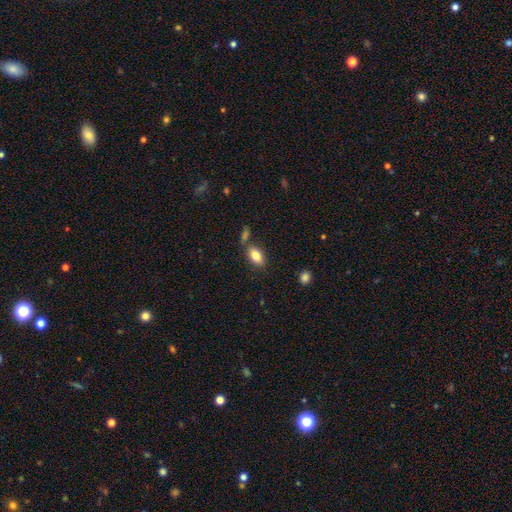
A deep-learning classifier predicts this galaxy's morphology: A smooth galaxy with no disk features (83%) that is in between round and cigar-shaped (90%). Merging: none (71%).